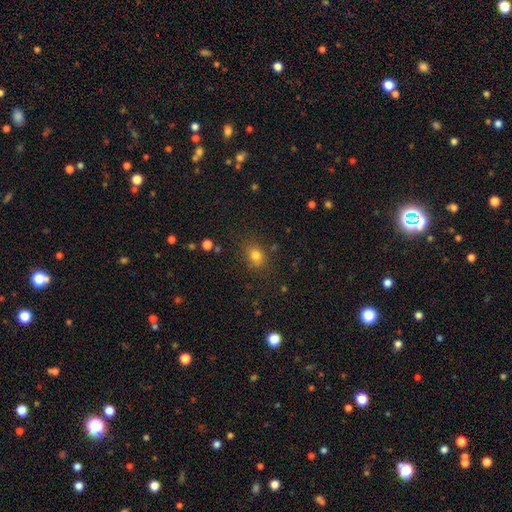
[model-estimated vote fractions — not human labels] smooth-or-featured: smooth: 79% | star or artifact: 14% | featured or disk: 7%
  how-rounded: round: 57% | in between: 42% | cigar-shaped: 1%
  merging: none: 80% | minor disturbance: 12% | major disturbance: 5% | merger: 3%